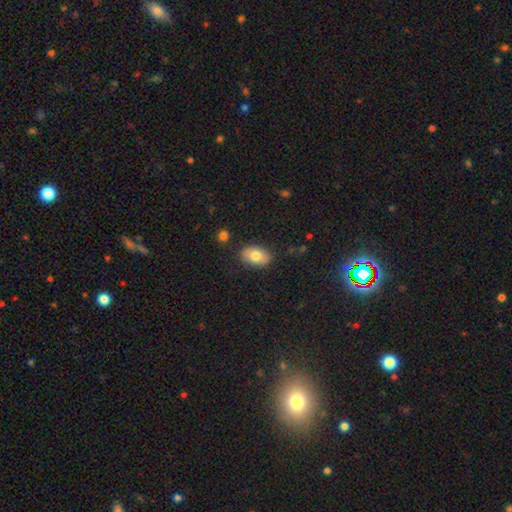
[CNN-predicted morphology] The model was most divided on "smooth or featured": smooth: 79%, featured or disk: 14%, star or artifact: 7%. More confident: how rounded — in between (89%); merging — none (85%).